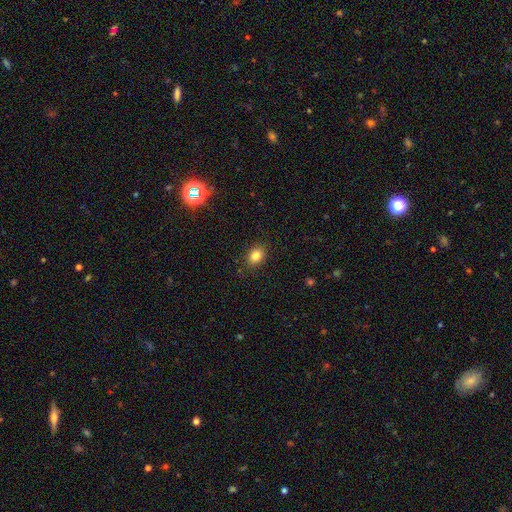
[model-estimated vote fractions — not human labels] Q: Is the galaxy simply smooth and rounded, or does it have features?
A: smooth — 83%.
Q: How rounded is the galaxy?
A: in between — 64%.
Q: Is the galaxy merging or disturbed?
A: none — 88%.